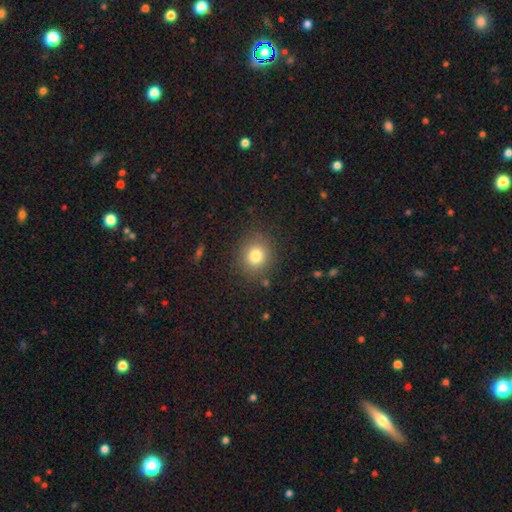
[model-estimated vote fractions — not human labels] smooth_or_featured: smooth (p=0.79) [alt: star or artifact p=0.12]
how_rounded: round (p=0.79) [alt: in between p=0.20]
merging: none (p=0.85) [alt: minor disturbance p=0.10]